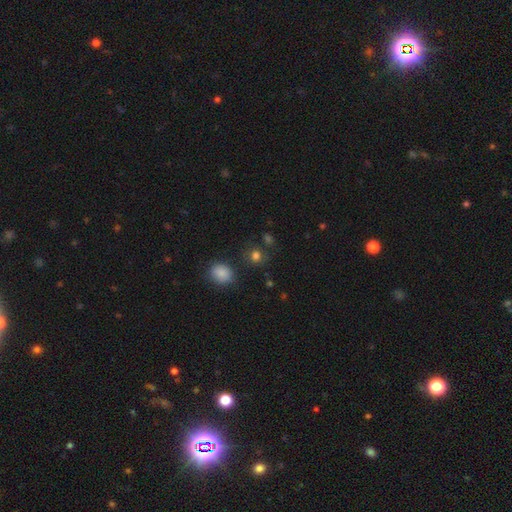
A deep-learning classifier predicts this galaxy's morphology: Q: Smooth or featured?
A: smooth (79%); runner-up: star or artifact (15%)
Q: How rounded?
A: round (80%); runner-up: in between (18%)
Q: Merging?
A: none (77%); runner-up: minor disturbance (12%)